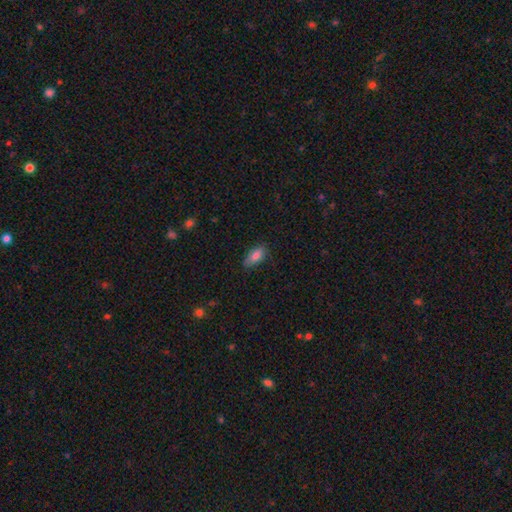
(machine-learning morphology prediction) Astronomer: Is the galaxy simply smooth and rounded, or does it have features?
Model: smooth — 82%.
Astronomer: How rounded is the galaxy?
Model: in between — 85%.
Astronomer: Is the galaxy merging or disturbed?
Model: none — 73%.